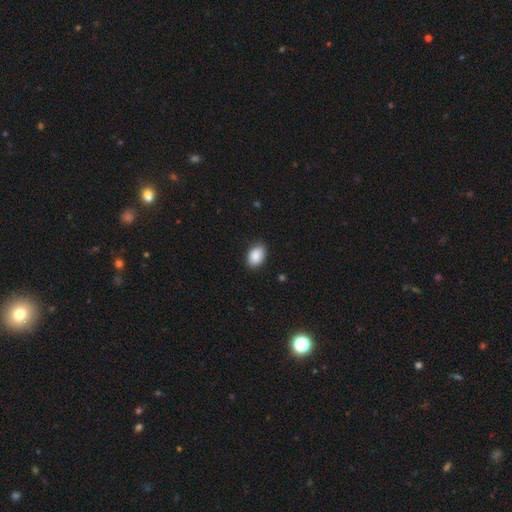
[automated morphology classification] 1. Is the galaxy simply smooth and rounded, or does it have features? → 89% smooth, 7% star or artifact, 4% featured or disk.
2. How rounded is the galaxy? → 86% in between, 13% round, 1% cigar-shaped.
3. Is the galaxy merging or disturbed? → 85% none, 12% minor disturbance, 2% major disturbance, 1% merger.